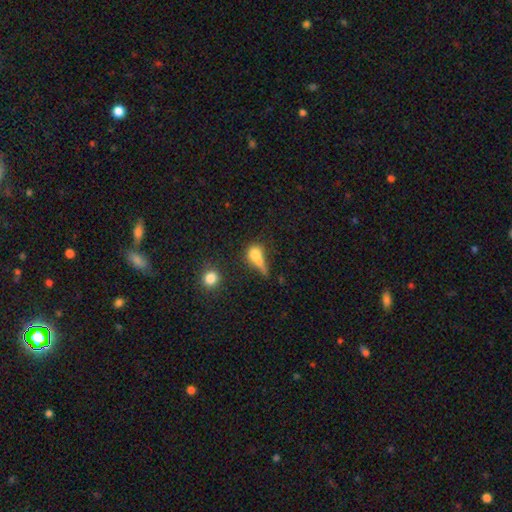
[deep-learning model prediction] Smooth or featured: smooth — 67% (featured or disk — 20%)
How rounded: round — 45% (in between — 41%)
Merging: merger — 32% (none — 27%)